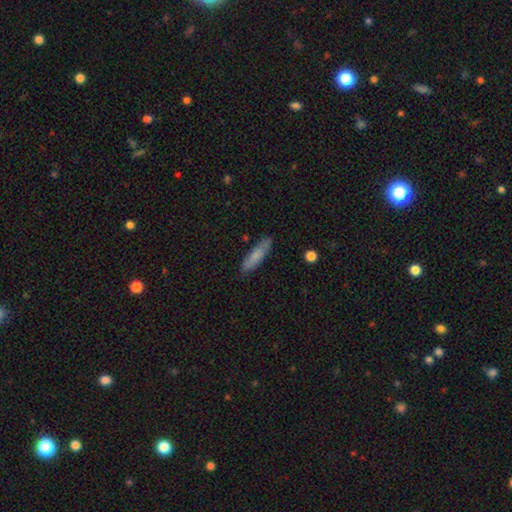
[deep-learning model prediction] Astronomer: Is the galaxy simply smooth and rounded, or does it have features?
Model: smooth — 76%.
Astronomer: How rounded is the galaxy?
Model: cigar-shaped — 76%.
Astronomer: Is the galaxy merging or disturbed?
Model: none — 85%.